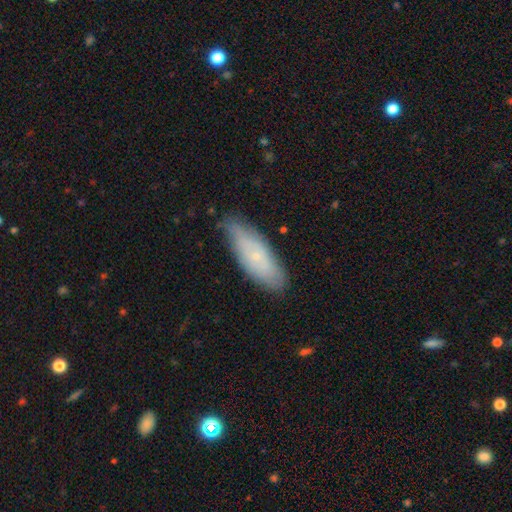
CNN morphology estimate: The model was most divided on "smooth or featured": smooth: 56%, featured or disk: 36%, star or artifact: 7%. More confident: merging — none (74%); how rounded — in between (64%).